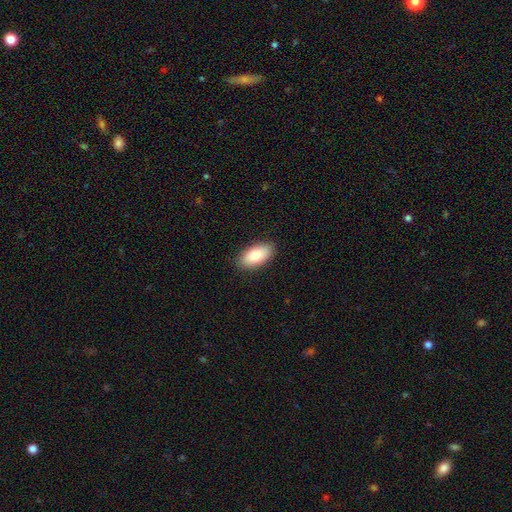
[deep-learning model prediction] Morphology: type=smooth (83%); roundness=in between (93%); merging=none (89%).